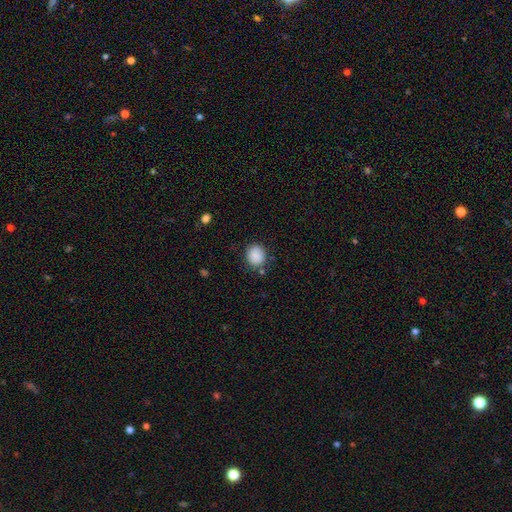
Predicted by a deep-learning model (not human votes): A smooth galaxy with no disk features (88%) that is round (73%).

Vote fractions:
- Smooth or featured? smooth: 88% / star or artifact: 8% / featured or disk: 4%
- How rounded? round: 73% / in between: 26% / cigar-shaped: 1%
- Merging? none: 80% / minor disturbance: 13% / major disturbance: 4% / merger: 4%